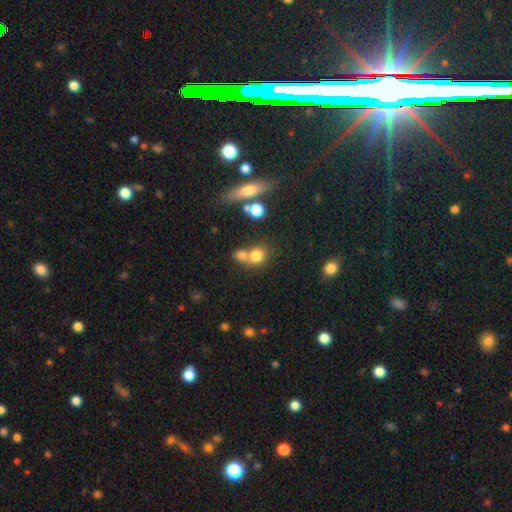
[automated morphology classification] This is likely a smooth galaxy (76%). How rounded: likely round (76%). Merging: marginally none (45%).